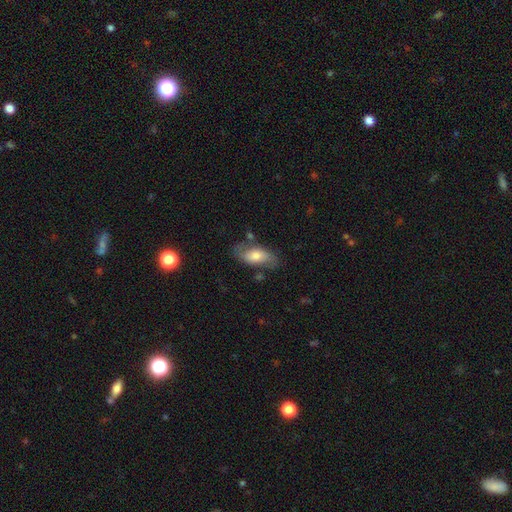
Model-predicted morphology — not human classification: This appears to be a smooth galaxy with no disk features (56%) that is in between round and cigar-shaped (89%). Merging: none (64%).